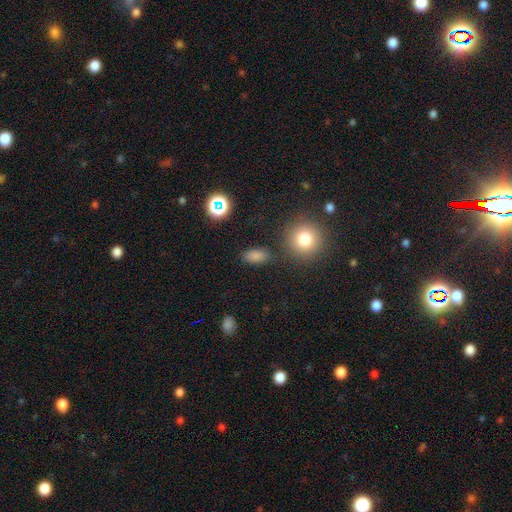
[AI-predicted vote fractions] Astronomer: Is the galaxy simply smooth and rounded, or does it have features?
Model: smooth — 79%.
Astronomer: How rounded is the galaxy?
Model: in between — 85%.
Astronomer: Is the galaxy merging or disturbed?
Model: none — 83%.